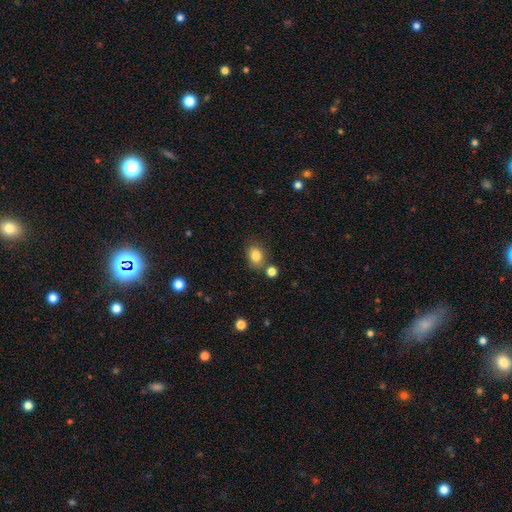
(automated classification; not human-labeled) This appears to be a smooth galaxy with no disk features (84%) that is in between round and cigar-shaped (63%). Merging: none (73%).